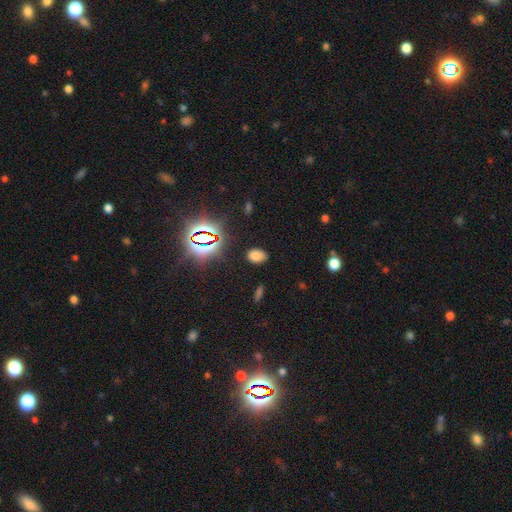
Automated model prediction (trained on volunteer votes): A smooth galaxy with no disk features (70%) that is in between round and cigar-shaped (83%). Merging: none (85%).